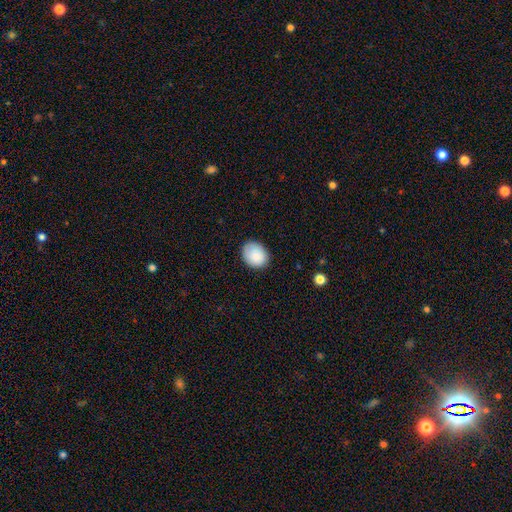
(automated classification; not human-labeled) smooth-or-featured: smooth: 87% | star or artifact: 7% | featured or disk: 6%
  how-rounded: in between: 52% | round: 47% | cigar-shaped: 1%
  merging: none: 81% | minor disturbance: 15% | major disturbance: 3% | merger: 1%